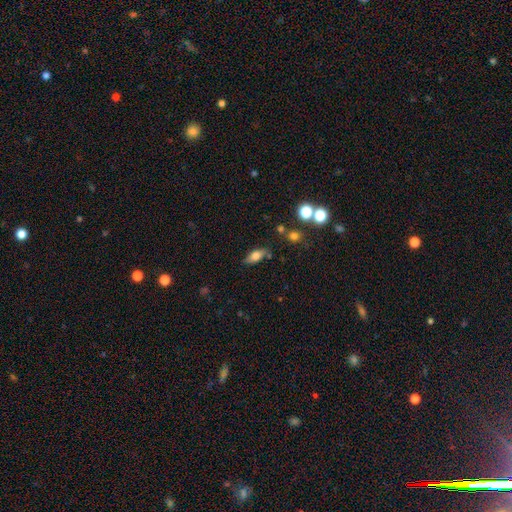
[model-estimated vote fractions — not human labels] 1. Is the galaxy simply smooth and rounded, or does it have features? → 70% smooth, 21% featured or disk, 9% star or artifact.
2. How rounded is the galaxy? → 81% in between, 14% cigar-shaped, 5% round.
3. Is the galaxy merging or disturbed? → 77% none, 15% minor disturbance, 4% merger, 4% major disturbance.